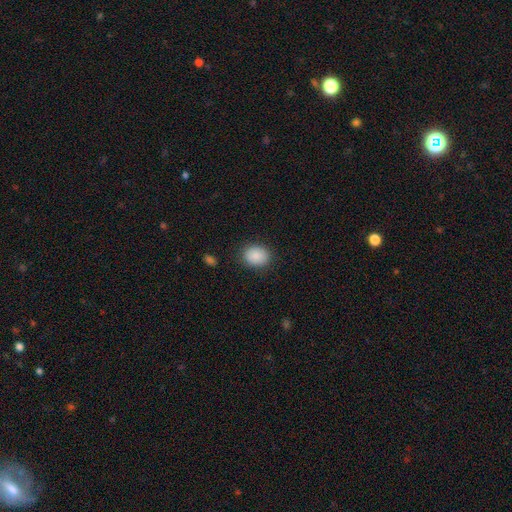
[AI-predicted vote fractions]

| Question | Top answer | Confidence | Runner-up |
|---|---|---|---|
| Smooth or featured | smooth | 88% | star or artifact (8%) |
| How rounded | round | 52% | in between (47%) |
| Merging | none | 86% | minor disturbance (10%) |